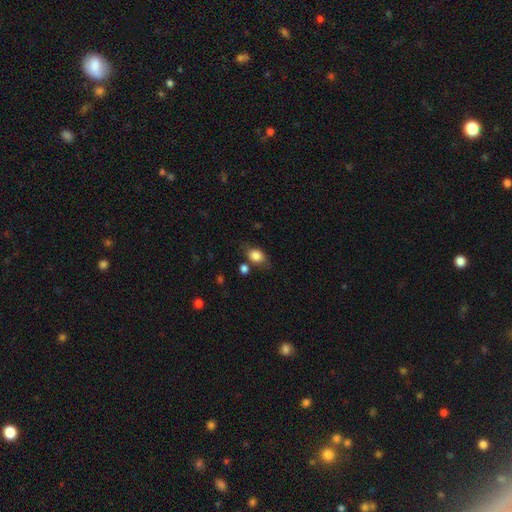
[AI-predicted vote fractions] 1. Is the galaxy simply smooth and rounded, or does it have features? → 83% smooth, 9% featured or disk, 8% star or artifact.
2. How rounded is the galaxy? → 73% in between, 25% round, 2% cigar-shaped.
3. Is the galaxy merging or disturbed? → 66% none, 20% minor disturbance, 8% merger, 6% major disturbance.